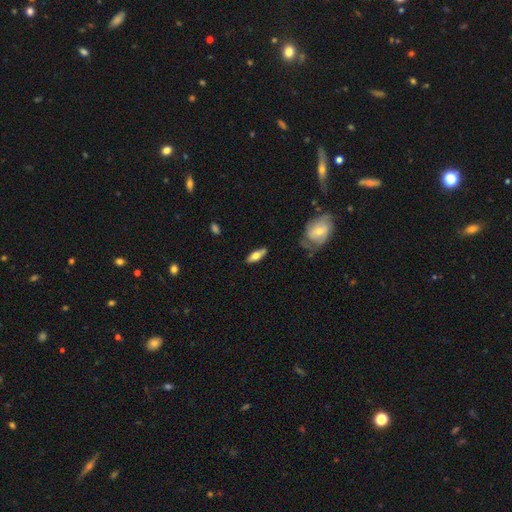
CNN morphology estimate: The model was most divided on "smooth or featured": smooth: 59%, featured or disk: 35%, star or artifact: 6%. More confident: merging — none (81%); how rounded — in between (67%).